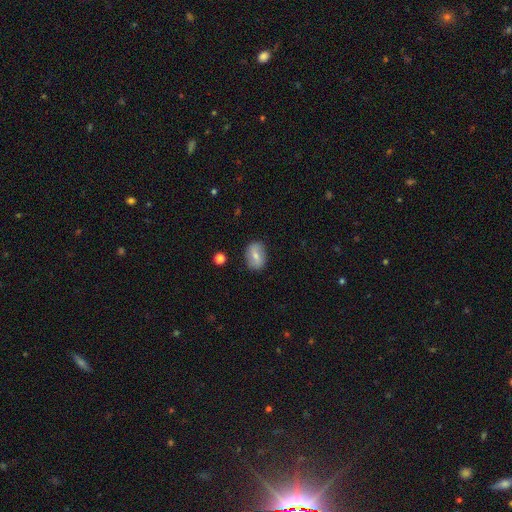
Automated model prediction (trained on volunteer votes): A smooth galaxy with no disk features (56%) that is in between round and cigar-shaped (70%).

Vote fractions:
- Smooth or featured? smooth: 56% / featured or disk: 36% / star or artifact: 8%
- How rounded? in between: 70% / round: 27% / cigar-shaped: 2%
- Merging? none: 83% / minor disturbance: 12% / major disturbance: 3% / merger: 1%